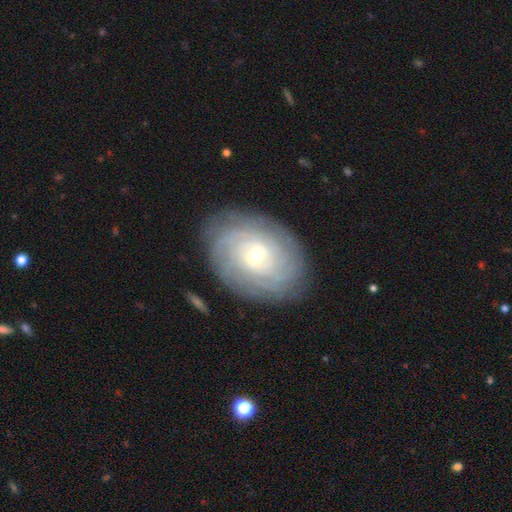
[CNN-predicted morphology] This appears to be a featured or disk galaxy (83%) with no bar (50%), tight (84%) spiral arms (94%) and a small central bulge (51%). Merging: none (84%).